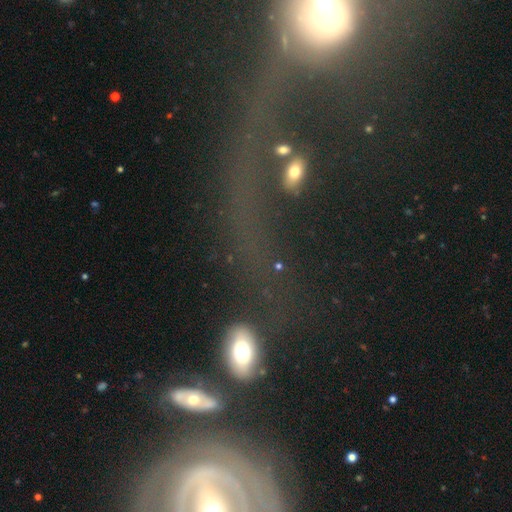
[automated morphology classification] A featured or disk galaxy (45%). Merging: major disturbance (33%).